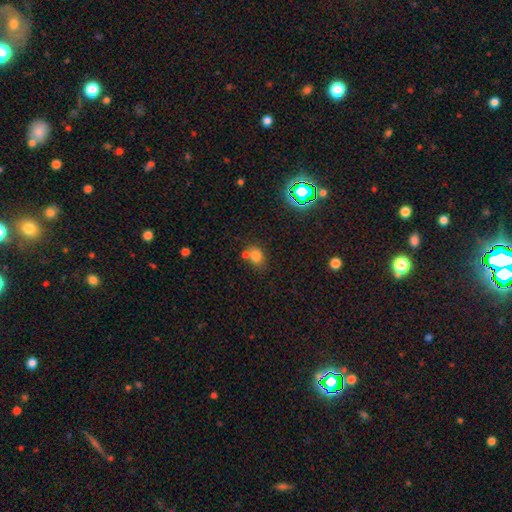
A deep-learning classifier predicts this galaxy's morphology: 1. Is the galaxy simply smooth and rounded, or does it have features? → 74% smooth, 16% star or artifact, 10% featured or disk.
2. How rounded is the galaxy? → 51% in between, 48% round, 1% cigar-shaped.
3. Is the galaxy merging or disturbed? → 50% none, 33% merger, 13% minor disturbance, 4% major disturbance.